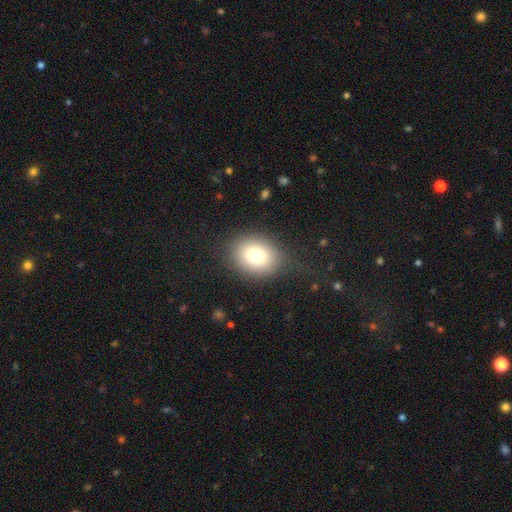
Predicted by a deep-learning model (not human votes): smooth_or_featured: smooth (p=0.78) [alt: featured or disk p=0.11]
how_rounded: in between (p=0.50) [alt: round p=0.49]
merging: none (p=0.76) [alt: minor disturbance p=0.15]